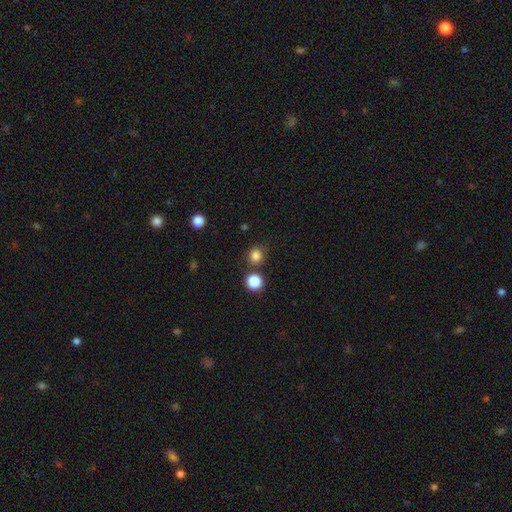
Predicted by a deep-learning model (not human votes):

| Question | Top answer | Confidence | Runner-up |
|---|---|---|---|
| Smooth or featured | smooth | 82% | star or artifact (14%) |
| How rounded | round | 89% | in between (10%) |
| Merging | none | 81% | merger (8%) |